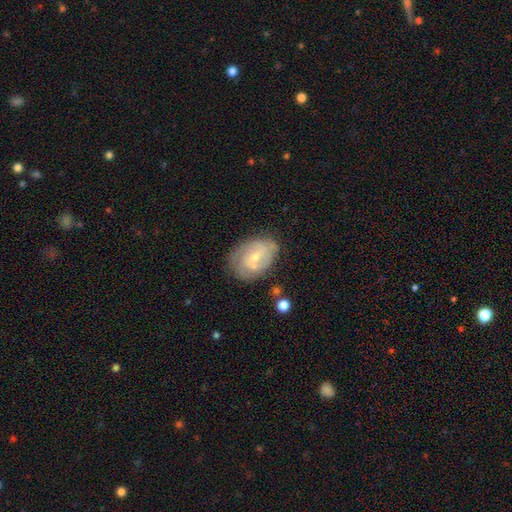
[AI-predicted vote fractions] Q: Smooth or featured?
A: featured or disk (65%); runner-up: smooth (28%)
Q: Edge-on disk?
A: no (97%); runner-up: yes (3%)
Q: Bar?
A: no (49%); runner-up: weak (43%)
Q: Spiral arms?
A: yes (75%); runner-up: no (25%)
Q: Bulge size?
A: small (62%); runner-up: moderate (33%)
Q: Merging?
A: none (63%); runner-up: minor disturbance (23%)